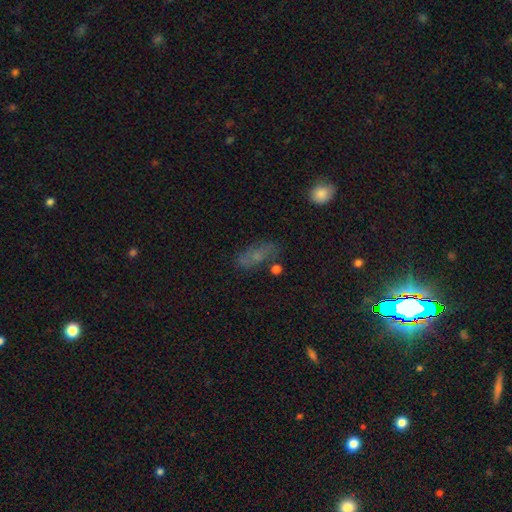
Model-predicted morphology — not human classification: This is possibly a smooth galaxy (54%). How rounded: likely in between (73%). Merging: likely none (67%).